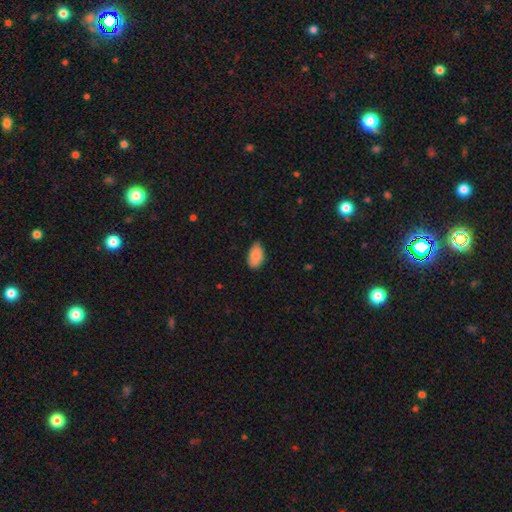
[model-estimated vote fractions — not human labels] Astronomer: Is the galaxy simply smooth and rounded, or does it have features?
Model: smooth — 80%.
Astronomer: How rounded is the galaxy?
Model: in between — 93%.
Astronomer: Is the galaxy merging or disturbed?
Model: none — 66%.